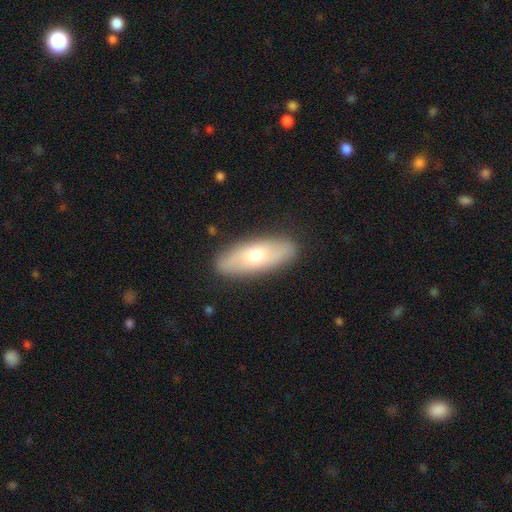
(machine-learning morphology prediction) Q: Smooth or featured?
A: smooth (57%); runner-up: featured or disk (37%)
Q: How rounded?
A: in between (71%); runner-up: cigar-shaped (26%)
Q: Merging?
A: none (87%); runner-up: minor disturbance (9%)